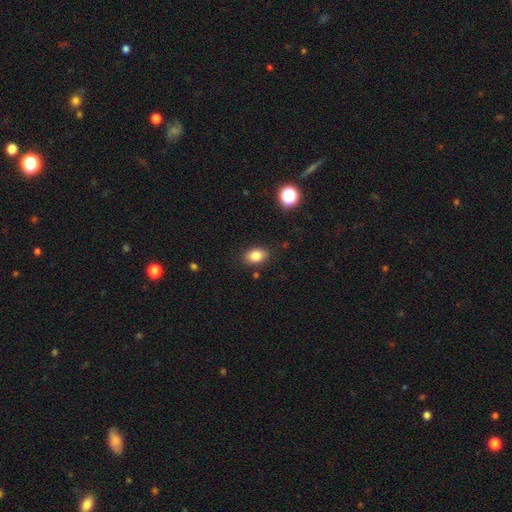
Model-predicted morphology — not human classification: This is clearly a smooth galaxy (83%). How rounded: likely in between (79%). Merging: clearly none (86%).